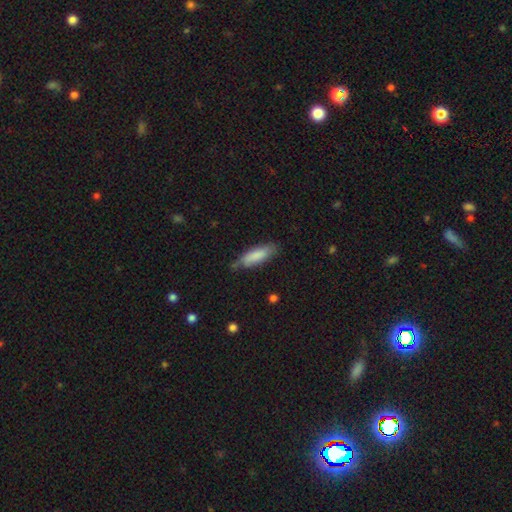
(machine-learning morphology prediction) This appears to be a smooth galaxy with no disk features (82%) that is in between round and cigar-shaped (52%). Merging: none (66%).